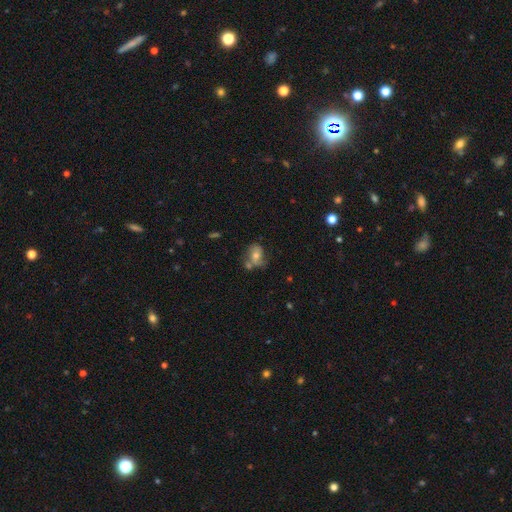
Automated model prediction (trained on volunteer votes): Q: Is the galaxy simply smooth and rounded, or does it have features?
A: smooth — 47%.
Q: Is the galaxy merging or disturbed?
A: none — 44%.